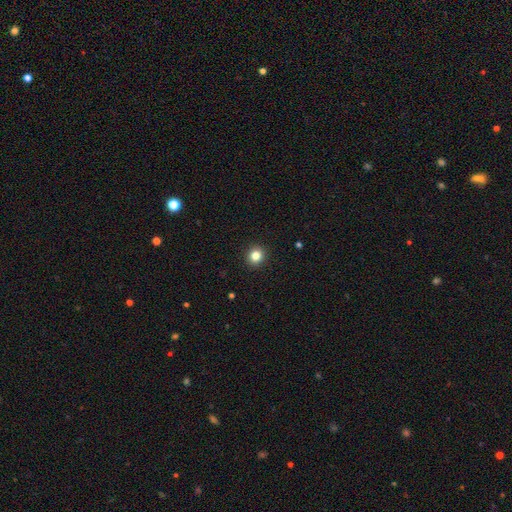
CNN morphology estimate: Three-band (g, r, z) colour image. It shows a smooth galaxy with no disk features (83%) that is round (89%). Merging: none (93%).